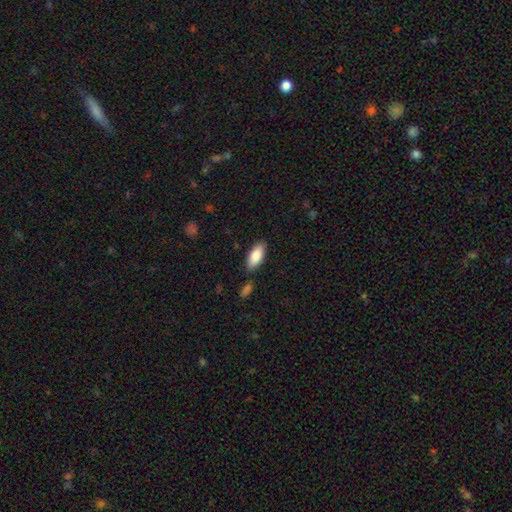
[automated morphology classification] A smooth galaxy with no disk features (85%) that is in between round and cigar-shaped (87%).

Vote fractions:
- Smooth or featured? smooth: 85% / featured or disk: 9% / star or artifact: 6%
- How rounded? in between: 87% / cigar-shaped: 11% / round: 2%
- Merging? none: 82% / minor disturbance: 11% / merger: 4% / major disturbance: 3%